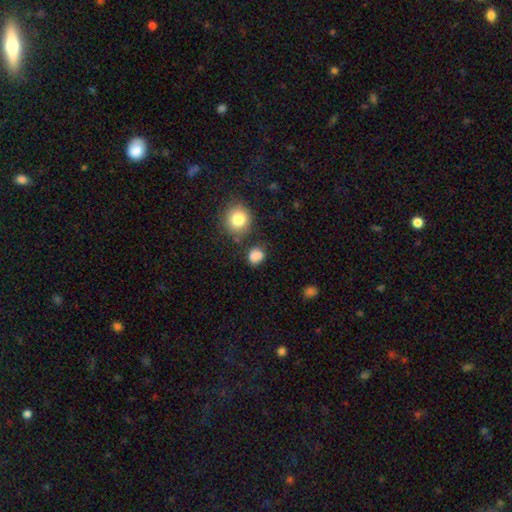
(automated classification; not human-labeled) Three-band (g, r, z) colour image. It shows a smooth galaxy with no disk features (83%) that is round (64%). Merging: none (65%).